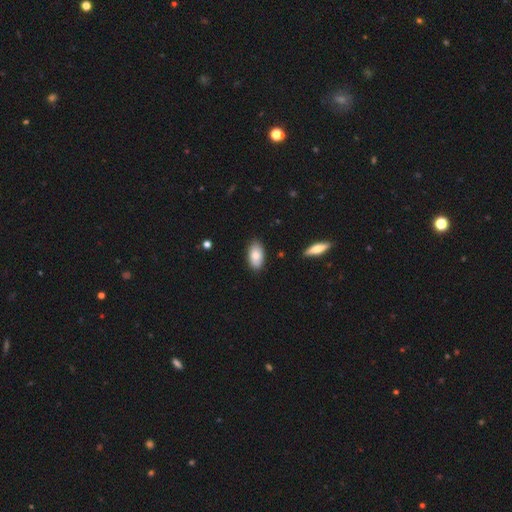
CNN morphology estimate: Overall: smooth (81%). How rounded: in between (94%). Merging: none (85%).